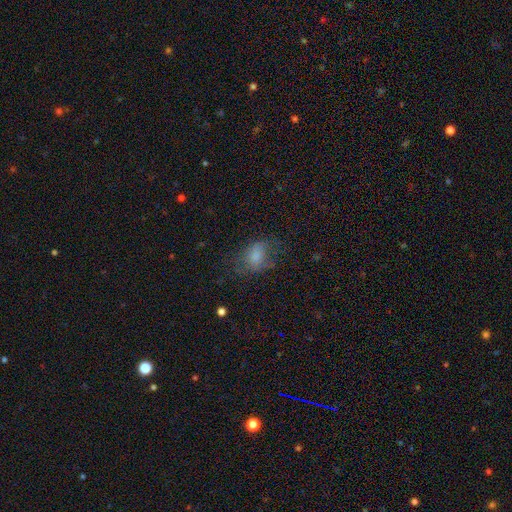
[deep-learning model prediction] This is likely a smooth galaxy (62%). How rounded: likely in between (68%). Merging: possibly none (56%).